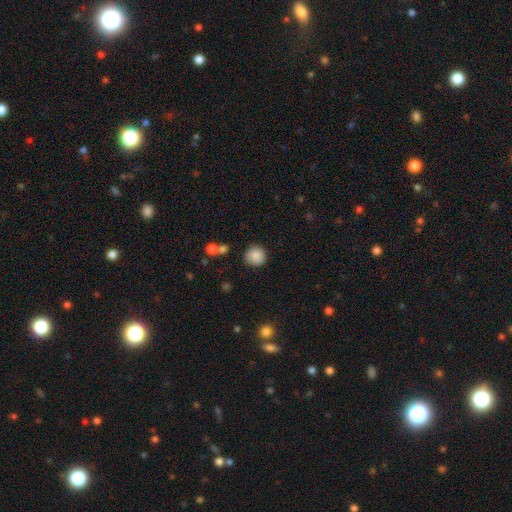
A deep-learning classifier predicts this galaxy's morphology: The model was most divided on "smooth or featured": smooth: 87%, star or artifact: 9%, featured or disk: 4%. More confident: how rounded — round (92%); merging — none (87%).